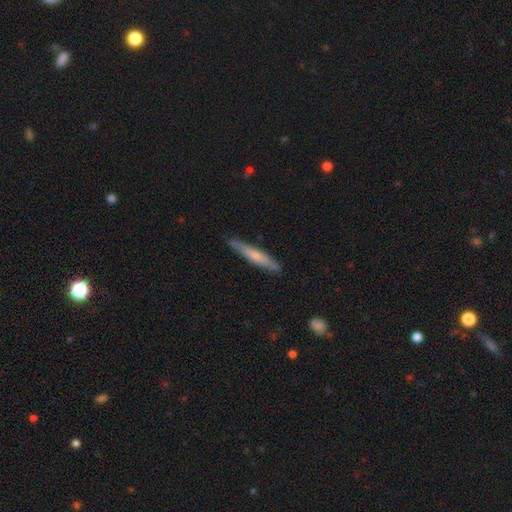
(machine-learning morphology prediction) Q: Smooth or featured?
A: smooth (55%); runner-up: featured or disk (40%)
Q: How rounded?
A: cigar-shaped (94%); runner-up: in between (5%)
Q: Merging?
A: none (85%); runner-up: minor disturbance (12%)